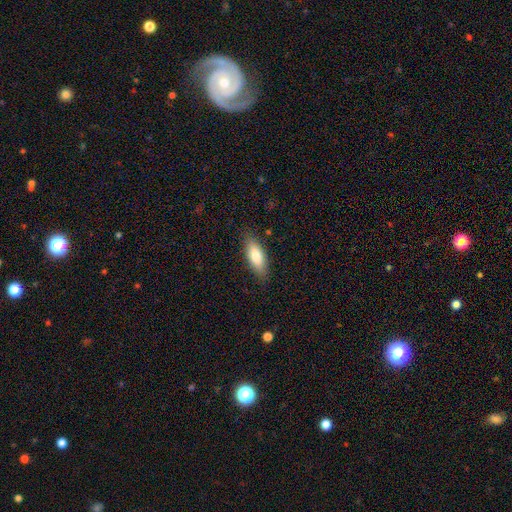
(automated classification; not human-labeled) Smooth or featured? smooth (80%)
How rounded? in between (71%)
Merging? none (84%)